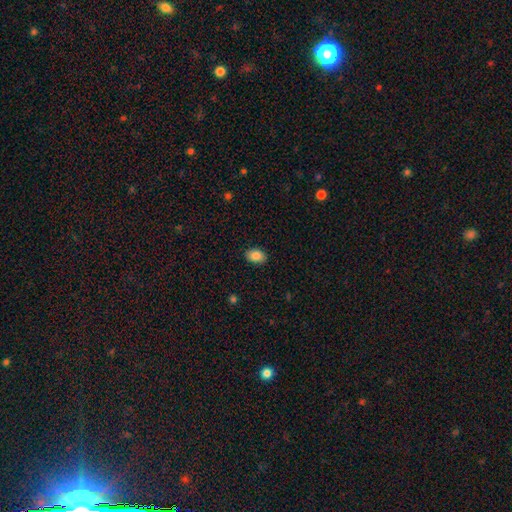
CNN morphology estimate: Smooth or featured? Predicted: smooth (p=0.88). How rounded? Predicted: in between (p=0.83). Merging? Predicted: none (p=0.88).